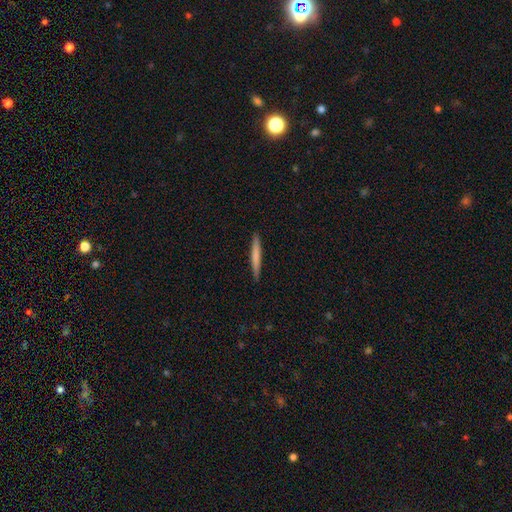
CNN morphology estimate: Q: Smooth or featured?
A: smooth (69%); runner-up: featured or disk (26%)
Q: How rounded?
A: cigar-shaped (97%); runner-up: in between (2%)
Q: Merging?
A: none (91%); runner-up: minor disturbance (6%)